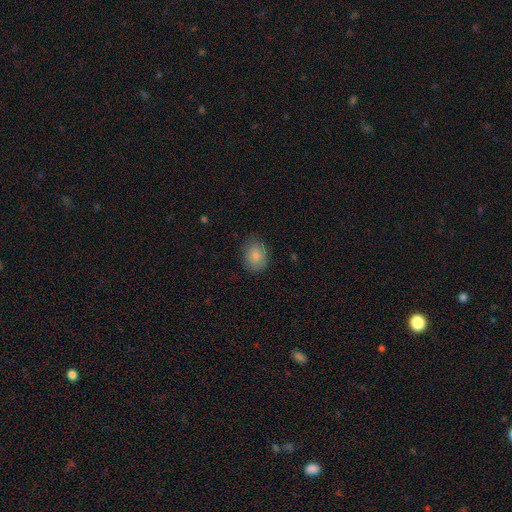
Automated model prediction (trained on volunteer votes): smooth_or_featured: smooth (p=0.83) [alt: star or artifact p=0.09]
how_rounded: in between (p=0.53) [alt: round p=0.46]
merging: none (p=0.79) [alt: minor disturbance p=0.16]